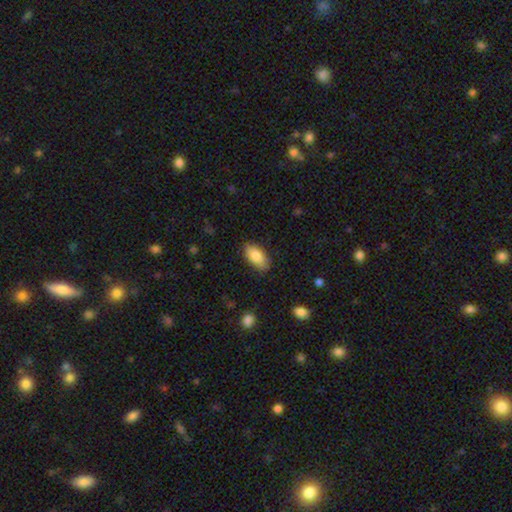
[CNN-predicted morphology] type=smooth (85%); roundness=in between (92%); merging=none (83%).